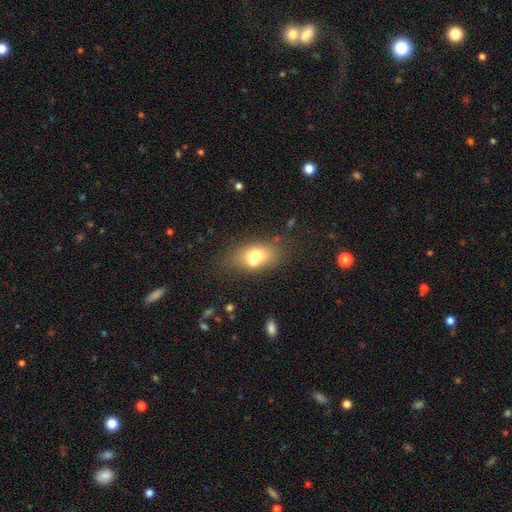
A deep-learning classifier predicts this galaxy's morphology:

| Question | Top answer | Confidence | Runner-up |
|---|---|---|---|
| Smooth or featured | smooth | 63% | featured or disk (26%) |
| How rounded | in between | 75% | round (22%) |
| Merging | none | 43% | merger (42%) |